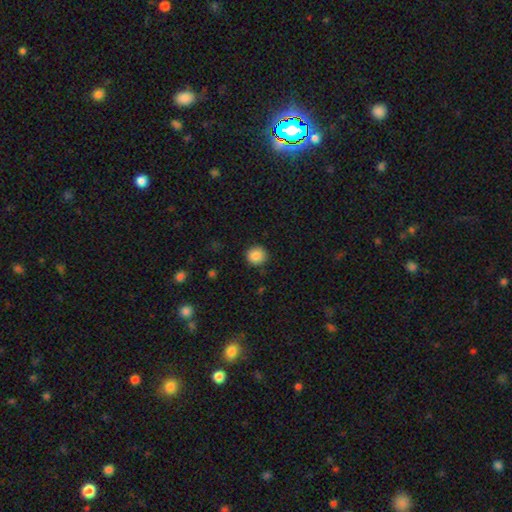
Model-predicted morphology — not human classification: Q: Smooth or featured?
A: smooth (88%); runner-up: star or artifact (9%)
Q: How rounded?
A: round (92%); runner-up: in between (8%)
Q: Merging?
A: none (89%); runner-up: minor disturbance (7%)